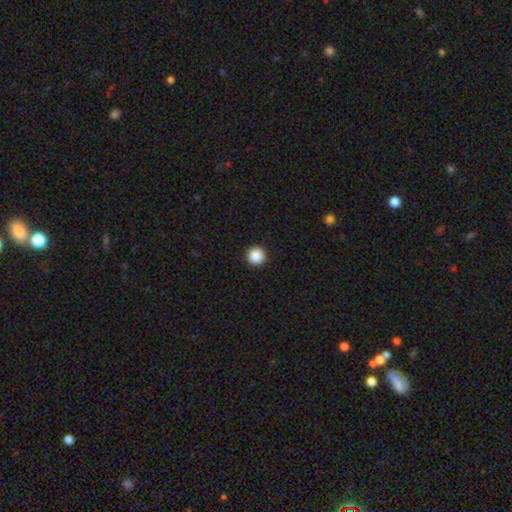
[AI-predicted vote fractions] Overall: smooth (88%). How rounded: round (97%). Merging: none (94%).